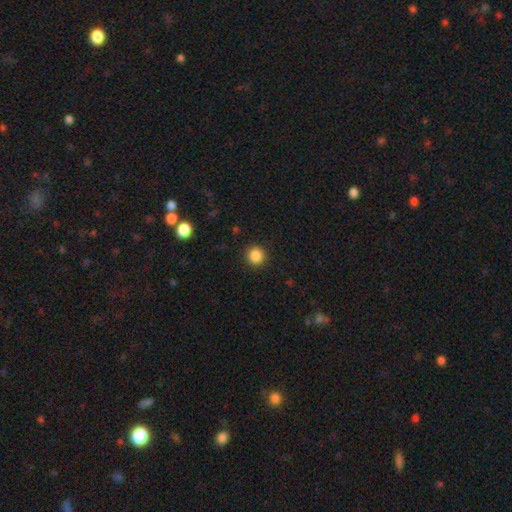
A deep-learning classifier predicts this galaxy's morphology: The model was most divided on "smooth or featured": smooth: 86%, star or artifact: 10%, featured or disk: 3%. More confident: how rounded — round (93%); merging — none (91%).